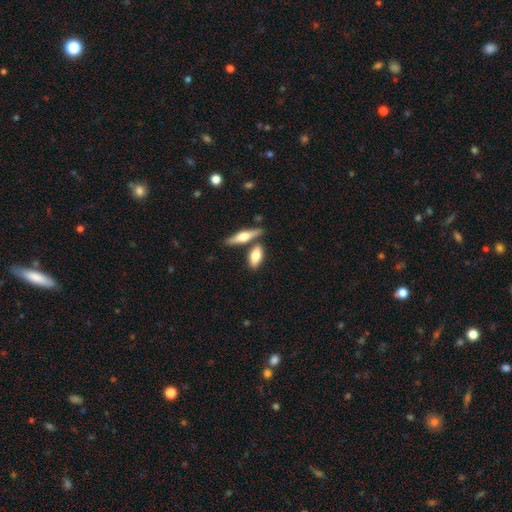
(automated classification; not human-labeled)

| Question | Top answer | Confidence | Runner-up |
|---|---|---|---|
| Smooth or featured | smooth | 69% | featured or disk (26%) |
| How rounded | in between | 74% | cigar-shaped (23%) |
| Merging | none | 63% | merger (23%) |